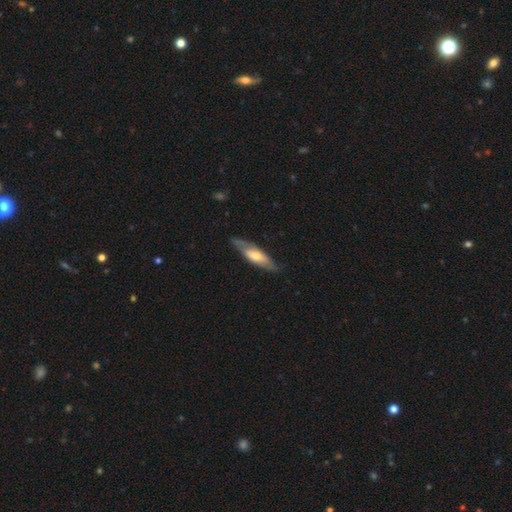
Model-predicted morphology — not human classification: smooth-or-featured: featured or disk: 54% | smooth: 40% | star or artifact: 5%
  disk-edge-on: yes: 53% | no: 47%
  merging: none: 77% | minor disturbance: 17% | major disturbance: 4% | merger: 1%